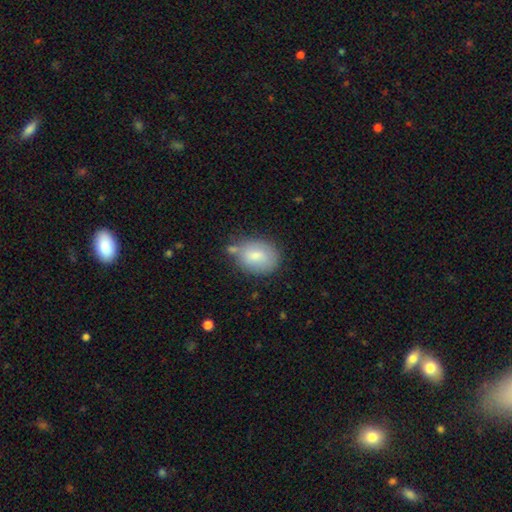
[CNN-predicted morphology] This is likely a smooth galaxy (76%). How rounded: likely in between (65%). Merging: likely none (60%).